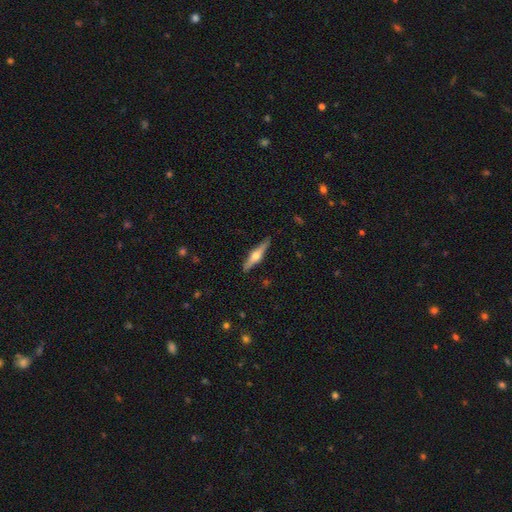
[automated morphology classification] type=featured or disk (68%); edge-on=yes (97%); edge-on bulge=rounded (94%); merging=none (90%).